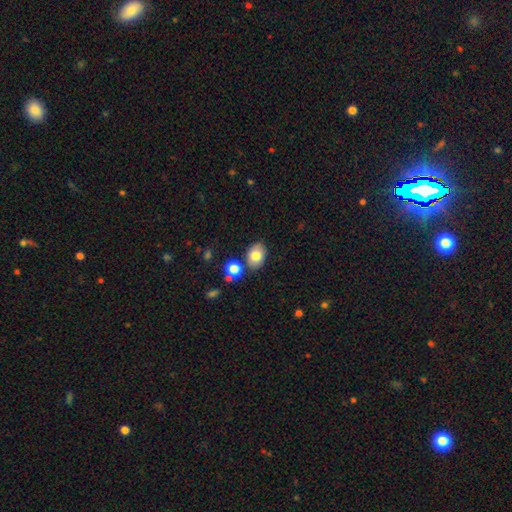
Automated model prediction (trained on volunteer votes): Smooth or featured?
  - smooth: 80% *
  - featured or disk: 12%
  - star or artifact: 9%
How rounded?
  - in between: 77% *
  - round: 22%
  - cigar-shaped: 1%
Merging?
  - none: 77% *
  - minor disturbance: 11%
  - merger: 9%
  - major disturbance: 3%